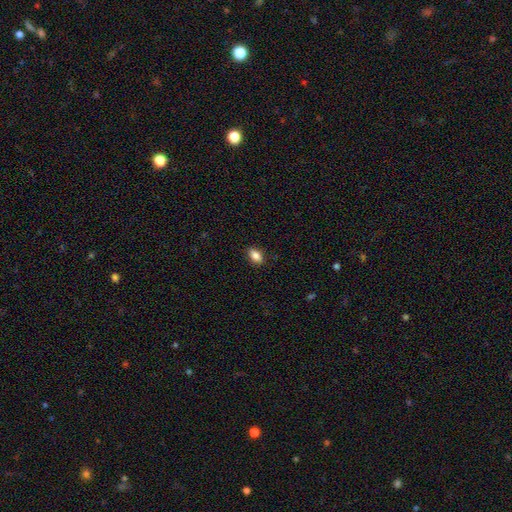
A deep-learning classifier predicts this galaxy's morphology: Smooth or featured? smooth (85%)
How rounded? in between (87%)
Merging? none (87%)